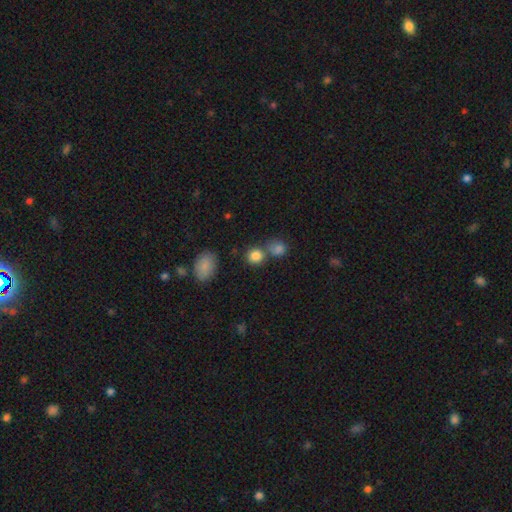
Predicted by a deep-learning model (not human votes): A smooth galaxy with no disk features (84%) that is round (83%).

Vote fractions:
- Smooth or featured? smooth: 84% / star or artifact: 11% / featured or disk: 5%
- How rounded? round: 83% / in between: 15% / cigar-shaped: 1%
- Merging? none: 62% / merger: 26% / minor disturbance: 9% / major disturbance: 4%